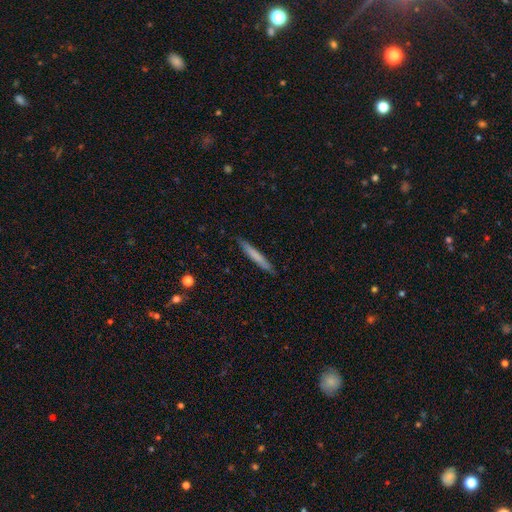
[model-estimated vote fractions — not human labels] smooth-or-featured: smooth: 69% | featured or disk: 25% | star or artifact: 6%
  how-rounded: cigar-shaped: 96% | in between: 3% | round: 1%
  merging: none: 89% | minor disturbance: 9% | major disturbance: 2% | merger: 1%